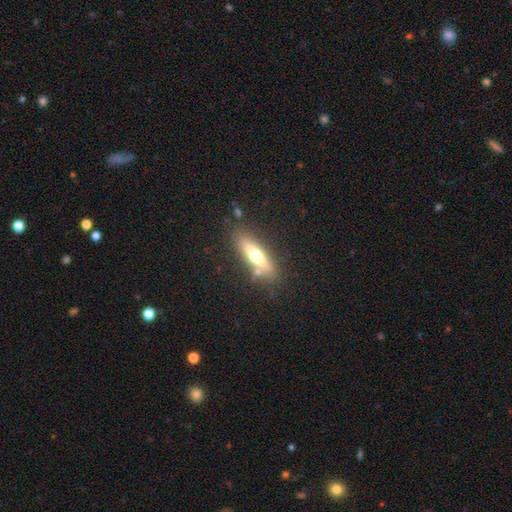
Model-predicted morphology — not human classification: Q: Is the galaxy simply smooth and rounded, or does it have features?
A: smooth — 57%.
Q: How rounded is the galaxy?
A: cigar-shaped — 62%.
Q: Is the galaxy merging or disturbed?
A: none — 78%.